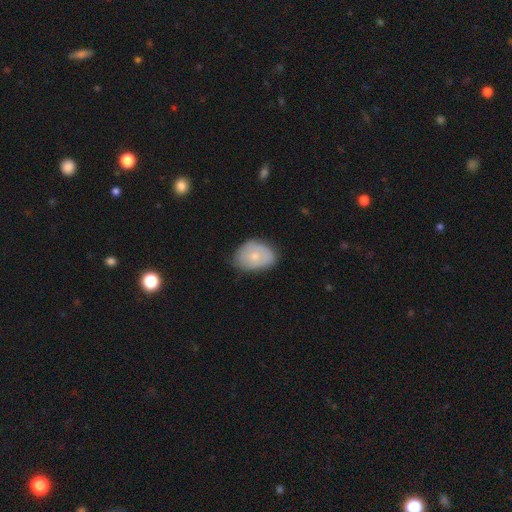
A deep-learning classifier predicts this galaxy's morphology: Smooth or featured? smooth (64%)
How rounded? in between (73%)
Merging? none (61%)